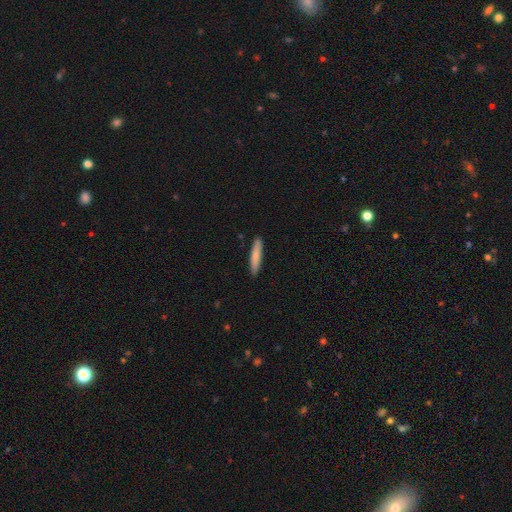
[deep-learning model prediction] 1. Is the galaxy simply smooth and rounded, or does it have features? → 79% smooth, 15% featured or disk, 5% star or artifact.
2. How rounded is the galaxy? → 89% cigar-shaped, 9% in between, 1% round.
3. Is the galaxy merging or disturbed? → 90% none, 8% minor disturbance, 1% major disturbance, 1% merger.